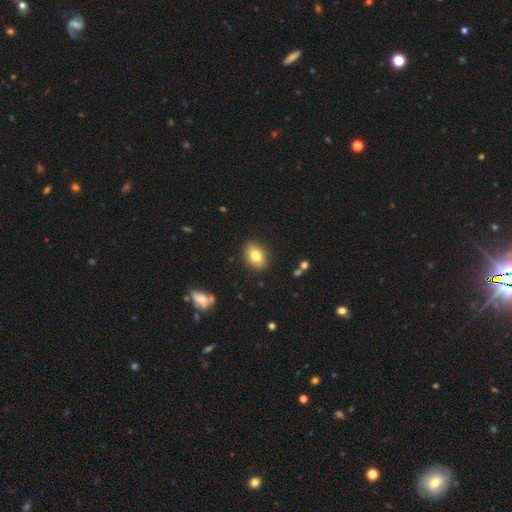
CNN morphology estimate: A smooth galaxy with no disk features (80%) that is in between round and cigar-shaped (77%). Merging: none (88%).